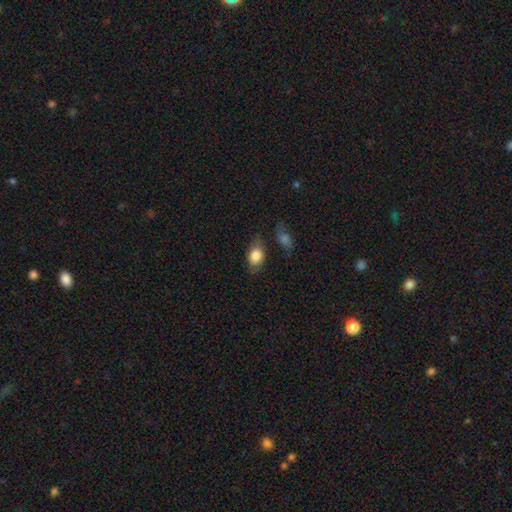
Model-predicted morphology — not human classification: A smooth galaxy with no disk features (81%) that is in between round and cigar-shaped (84%).

Vote fractions:
- Smooth or featured? smooth: 81% / featured or disk: 12% / star or artifact: 7%
- How rounded? in between: 84% / round: 13% / cigar-shaped: 2%
- Merging? none: 69% / minor disturbance: 21% / major disturbance: 6% / merger: 4%